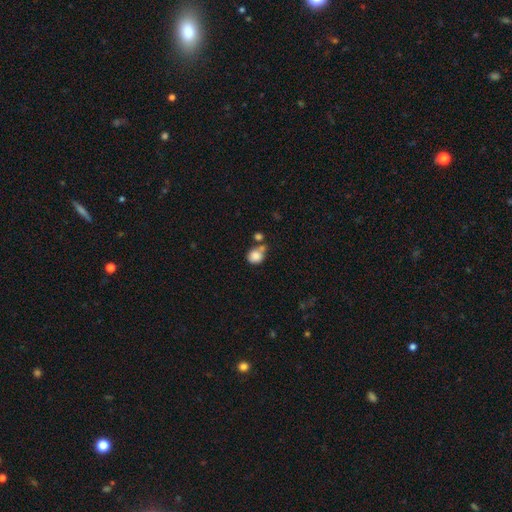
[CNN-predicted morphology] Q: Smooth or featured?
A: smooth (83%); runner-up: star or artifact (9%)
Q: How rounded?
A: round (72%); runner-up: in between (27%)
Q: Merging?
A: none (45%); runner-up: merger (30%)